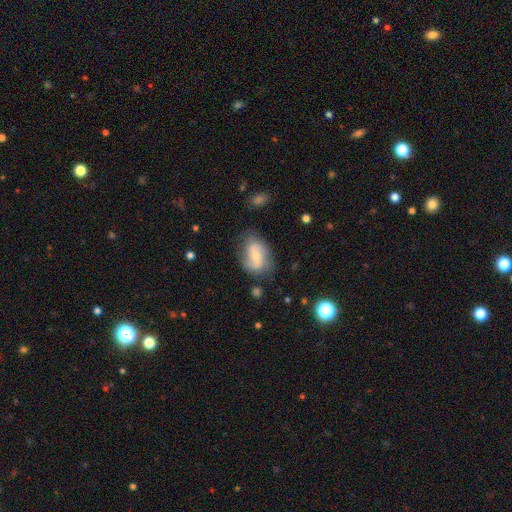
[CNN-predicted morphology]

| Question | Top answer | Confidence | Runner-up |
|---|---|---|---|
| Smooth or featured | featured or disk | 61% | smooth (31%) |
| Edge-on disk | no | 96% | yes (4%) |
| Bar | no | 48% | weak (39%) |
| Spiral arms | yes | 88% | no (12%) |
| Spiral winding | loose | 41% | medium (40%) |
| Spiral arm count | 2 | 80% | can't tell (11%) |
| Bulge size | small | 56% | moderate (37%) |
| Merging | none | 67% | minor disturbance (22%) |